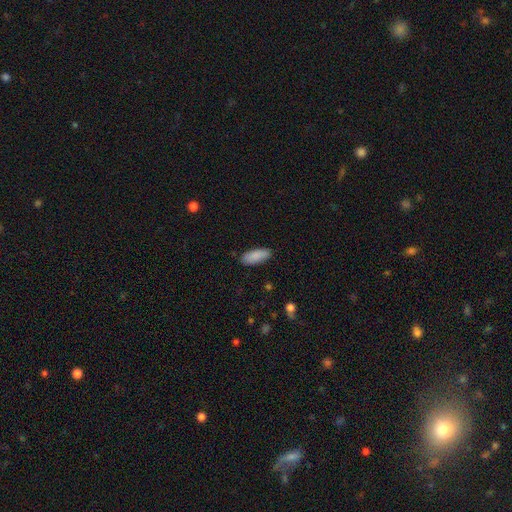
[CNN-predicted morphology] Smooth or featured?
  - smooth: 88% *
  - star or artifact: 6%
  - featured or disk: 6%
How rounded?
  - in between: 75% *
  - cigar-shaped: 24%
  - round: 2%
Merging?
  - none: 87% *
  - minor disturbance: 10%
  - major disturbance: 2%
  - merger: 1%